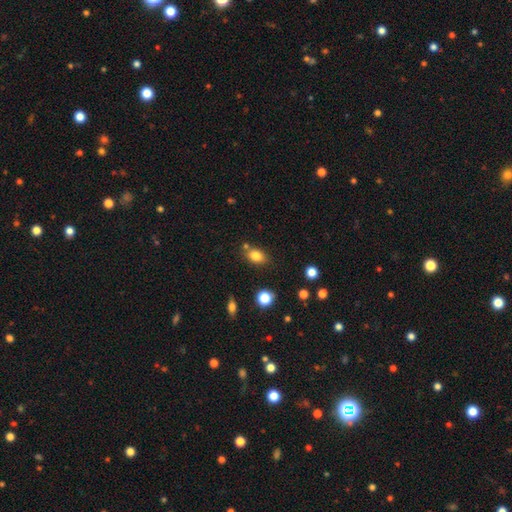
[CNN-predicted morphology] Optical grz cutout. It shows a smooth galaxy with no disk features (81%) that is in between round and cigar-shaped (78%). Merging: none (73%).